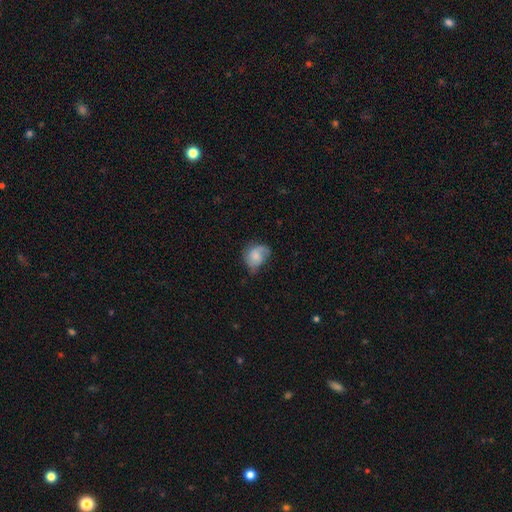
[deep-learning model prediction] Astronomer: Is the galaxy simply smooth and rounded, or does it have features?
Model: smooth — 54% (runner-up: featured or disk, 38%).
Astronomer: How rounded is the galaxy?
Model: round — 51% (runner-up: in between, 48%).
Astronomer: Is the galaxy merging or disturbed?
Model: none — 43% (runner-up: minor disturbance, 35%).